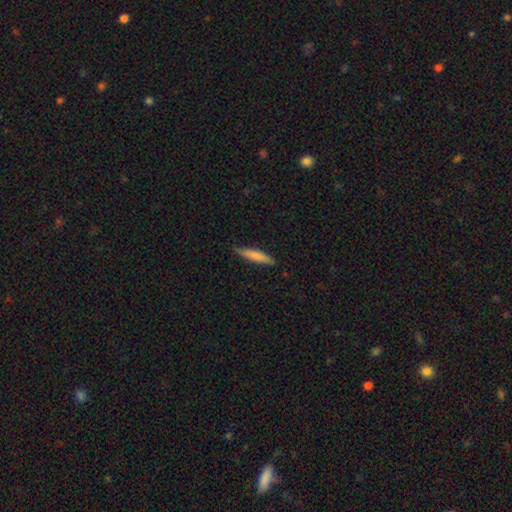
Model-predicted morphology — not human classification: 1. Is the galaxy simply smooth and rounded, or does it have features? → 73% smooth, 21% featured or disk, 6% star or artifact.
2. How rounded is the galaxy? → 87% cigar-shaped, 12% in between, 1% round.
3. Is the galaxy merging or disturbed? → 83% none, 14% minor disturbance, 2% major disturbance, 1% merger.